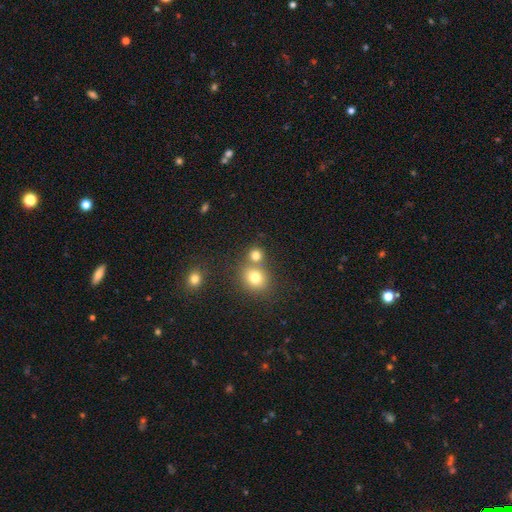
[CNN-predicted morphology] smooth 77%, star or artifact 15%, featured or disk 8%. Down the decision tree: how rounded — round (83%); merging — none (60%).